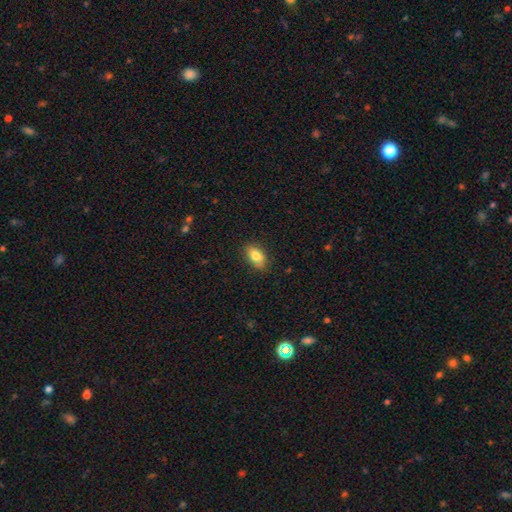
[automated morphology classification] Smooth or featured? Predicted: smooth (p=0.81). How rounded? Predicted: in between (p=0.88). Merging? Predicted: none (p=0.83).